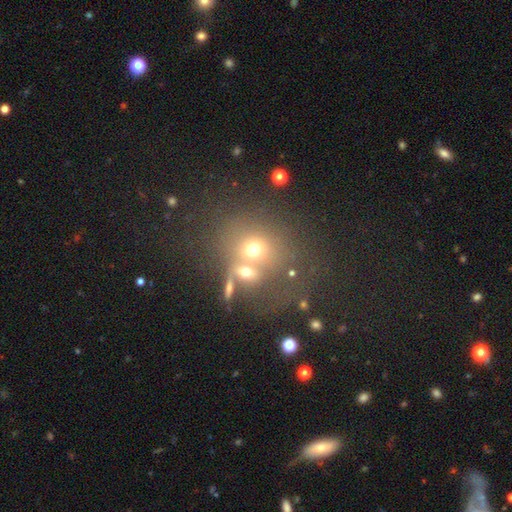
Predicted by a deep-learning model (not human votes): This appears to be a smooth galaxy with no disk features (56%) that is round (73%). Merging: none (43%).